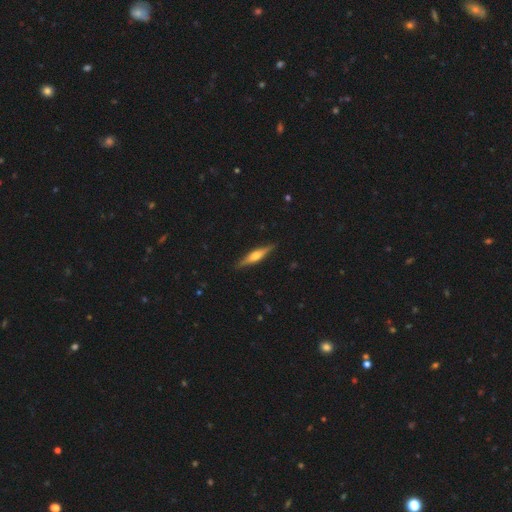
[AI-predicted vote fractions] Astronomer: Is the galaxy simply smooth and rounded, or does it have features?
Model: featured or disk — 67%.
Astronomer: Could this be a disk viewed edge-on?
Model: yes — 97%.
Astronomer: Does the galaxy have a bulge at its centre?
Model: rounded — 88%.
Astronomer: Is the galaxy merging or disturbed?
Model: none — 90%.